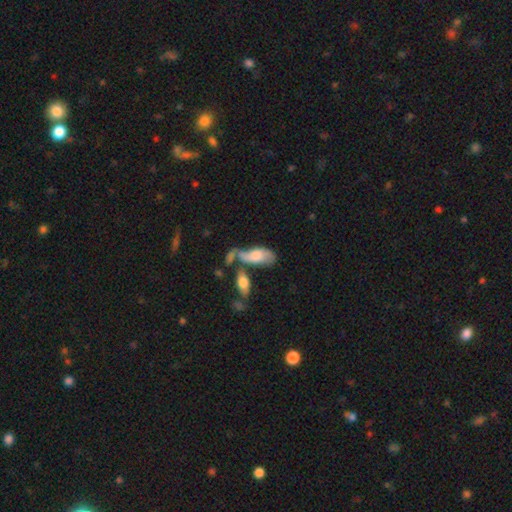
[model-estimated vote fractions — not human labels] A smooth galaxy with no disk features (57%) that is in between round and cigar-shaped (83%).

Vote fractions:
- Smooth or featured? smooth: 57% / featured or disk: 36% / star or artifact: 7%
- How rounded? in between: 83% / cigar-shaped: 14% / round: 3%
- Merging? merger: 32% / none: 30% / minor disturbance: 21% / major disturbance: 17%